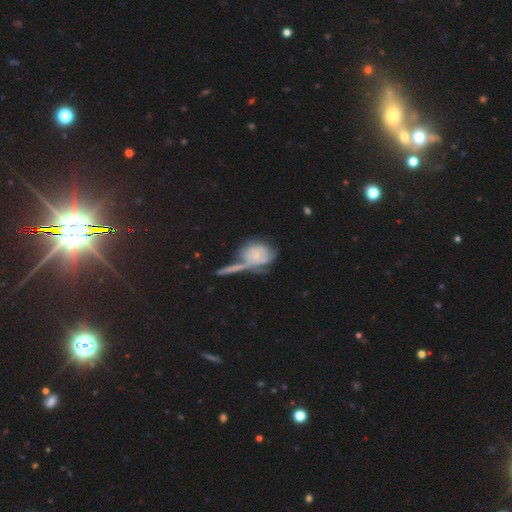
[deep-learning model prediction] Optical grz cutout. It shows a featured or disk galaxy (58%) with no bar (76%), spiral arms (69%) and a small central bulge (68%). Merging: merger (39%).